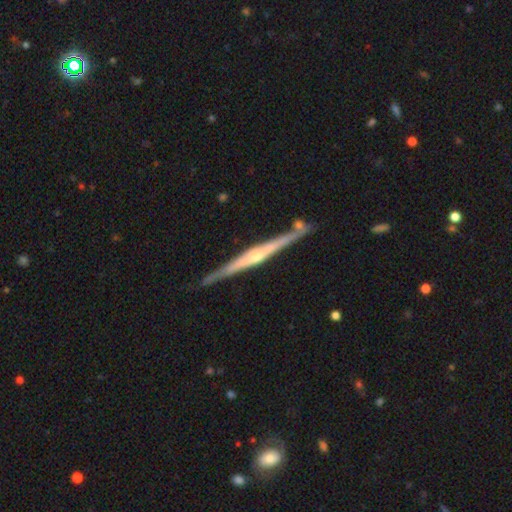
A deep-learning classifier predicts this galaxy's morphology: Q: Smooth or featured?
A: featured or disk (83%); runner-up: smooth (13%)
Q: Edge-on disk?
A: yes (98%); runner-up: no (2%)
Q: Edge-on bulge?
A: rounded (74%); runner-up: none (16%)
Q: Merging?
A: none (85%); runner-up: minor disturbance (10%)